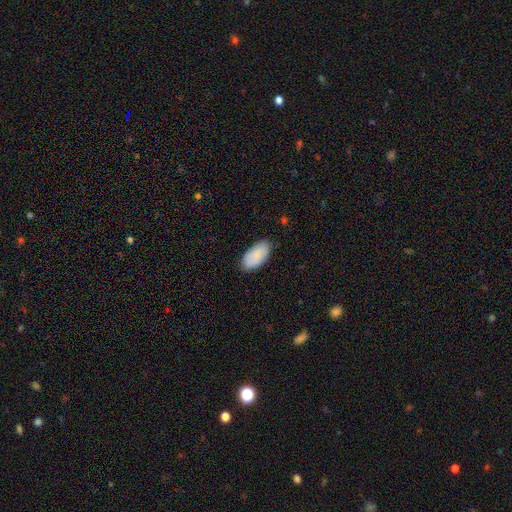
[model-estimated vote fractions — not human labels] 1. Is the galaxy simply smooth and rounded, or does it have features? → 85% smooth, 9% featured or disk, 6% star or artifact.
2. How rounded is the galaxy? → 95% in between, 3% cigar-shaped, 2% round.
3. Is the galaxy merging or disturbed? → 82% none, 14% minor disturbance, 2% major disturbance, 1% merger.